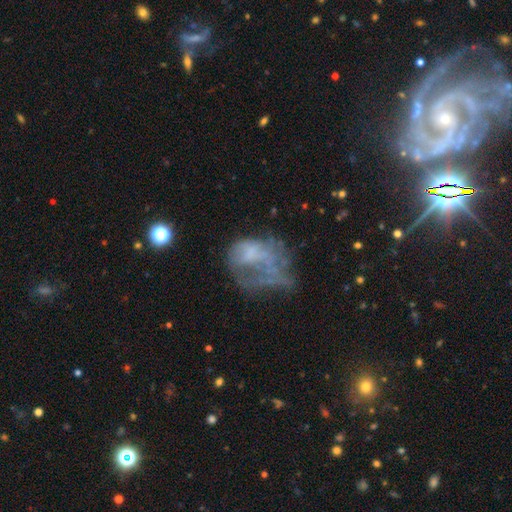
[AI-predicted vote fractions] This appears to be a featured or disk galaxy (49%). Merging: major disturbance (50%).